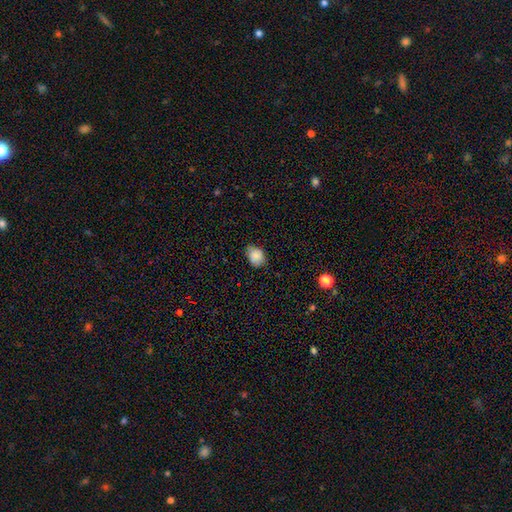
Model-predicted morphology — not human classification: smooth_or_featured: smooth (p=0.85) [alt: star or artifact p=0.09]
how_rounded: in between (p=0.55) [alt: round p=0.44]
merging: none (p=0.70) [alt: minor disturbance p=0.25]